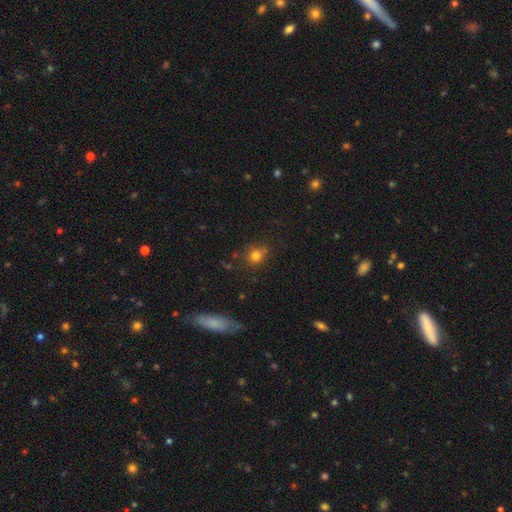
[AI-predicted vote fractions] Smooth or featured? Predicted: smooth (p=0.77). How rounded? Predicted: round (p=0.81). Merging? Predicted: none (p=0.72).